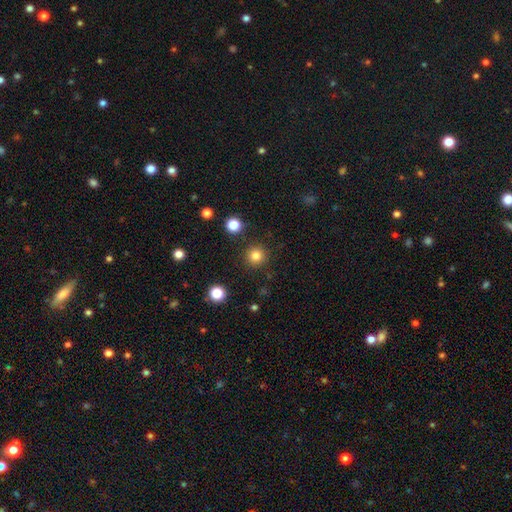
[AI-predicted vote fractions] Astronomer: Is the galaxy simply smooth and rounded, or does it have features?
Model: smooth — 82%.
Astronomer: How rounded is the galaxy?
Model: round — 96%.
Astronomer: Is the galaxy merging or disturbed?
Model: none — 91%.